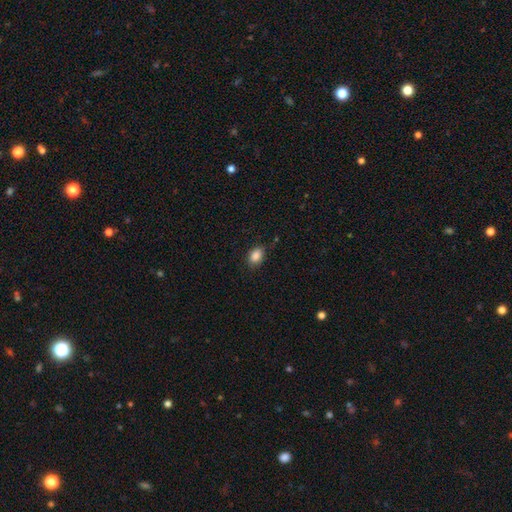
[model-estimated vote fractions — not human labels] smooth_or_featured: smooth (p=0.87) [alt: star or artifact p=0.09]
how_rounded: in between (p=0.77) [alt: round p=0.22]
merging: none (p=0.78) [alt: minor disturbance p=0.17]